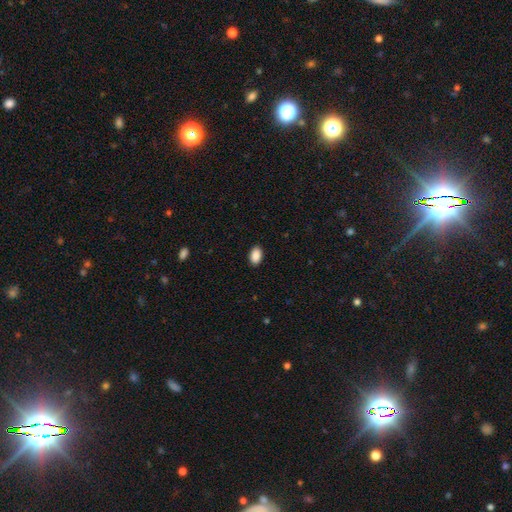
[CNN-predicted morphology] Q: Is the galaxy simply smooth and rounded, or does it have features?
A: smooth — 90%.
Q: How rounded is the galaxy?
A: in between — 91%.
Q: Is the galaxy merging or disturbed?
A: none — 89%.